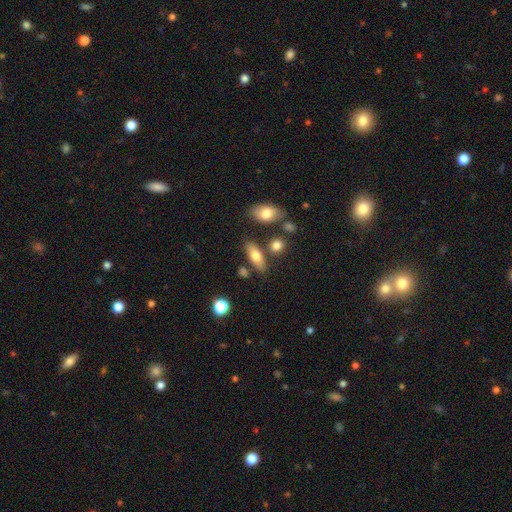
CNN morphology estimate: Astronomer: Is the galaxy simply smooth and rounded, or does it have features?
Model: smooth — 71%.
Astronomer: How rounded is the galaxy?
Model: in between — 72%.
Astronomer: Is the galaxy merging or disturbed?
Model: none — 73%.